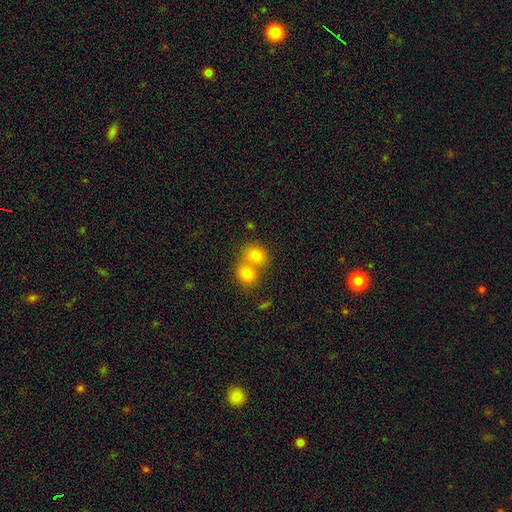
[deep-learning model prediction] smooth 77%, star or artifact 12%, featured or disk 11%. Down the decision tree: how rounded — round (63%); merging — merger (59%).